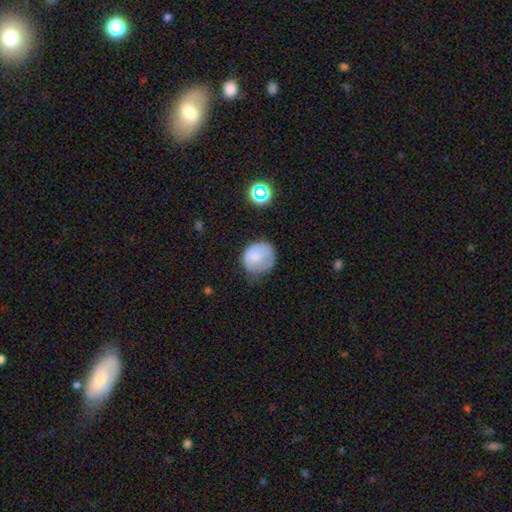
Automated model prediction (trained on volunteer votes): Smooth or featured? Predicted: smooth (p=0.74). How rounded? Predicted: round (p=0.77). Merging? Predicted: none (p=0.48).